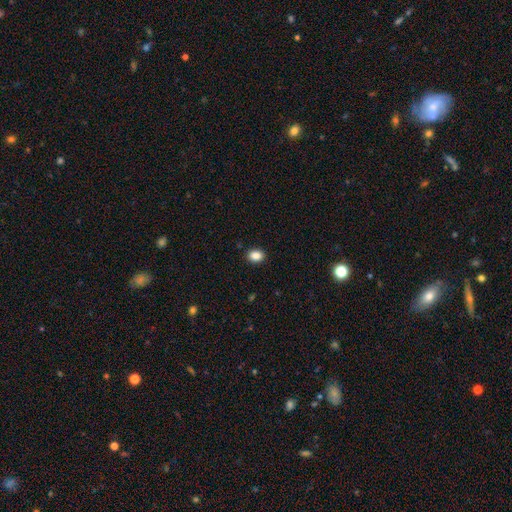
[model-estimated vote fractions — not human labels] smooth_or_featured: smooth (p=0.87) [alt: star or artifact p=0.09]
how_rounded: in between (p=0.67) [alt: round p=0.32]
merging: none (p=0.90) [alt: minor disturbance p=0.07]